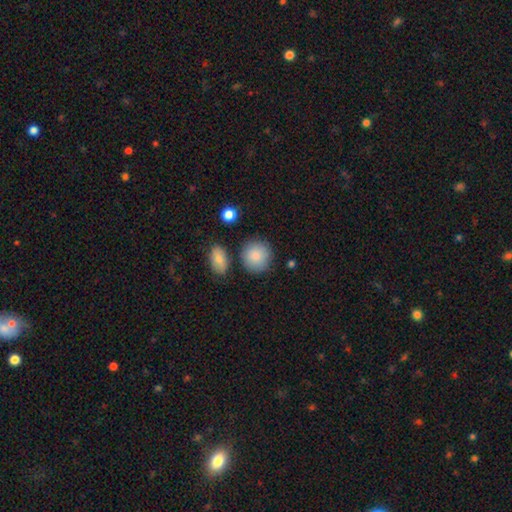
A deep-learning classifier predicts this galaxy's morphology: The model was most divided on "merging": none: 79%, minor disturbance: 11%, merger: 6%, major disturbance: 3%. More confident: how rounded — round (87%); smooth or featured — smooth (87%).